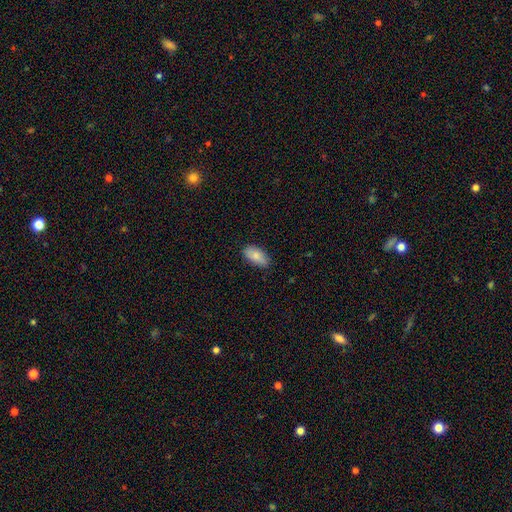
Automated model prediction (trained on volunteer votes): A smooth galaxy with no disk features (82%) that is in between round and cigar-shaped (93%). Merging: none (82%).